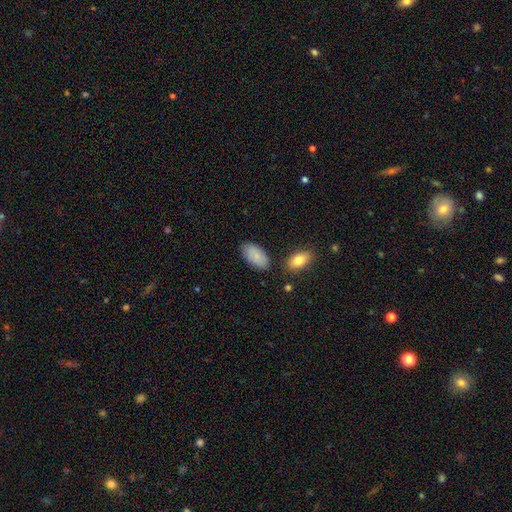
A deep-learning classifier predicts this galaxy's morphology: A smooth galaxy with no disk features (84%) that is in between round and cigar-shaped (95%). Merging: none (76%).